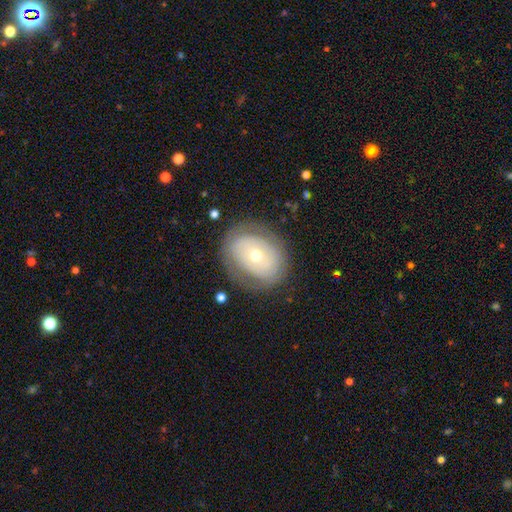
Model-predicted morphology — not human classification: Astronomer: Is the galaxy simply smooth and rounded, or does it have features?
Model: featured or disk — 47% (runner-up: smooth, 45%).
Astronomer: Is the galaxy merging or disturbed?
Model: none — 74%.